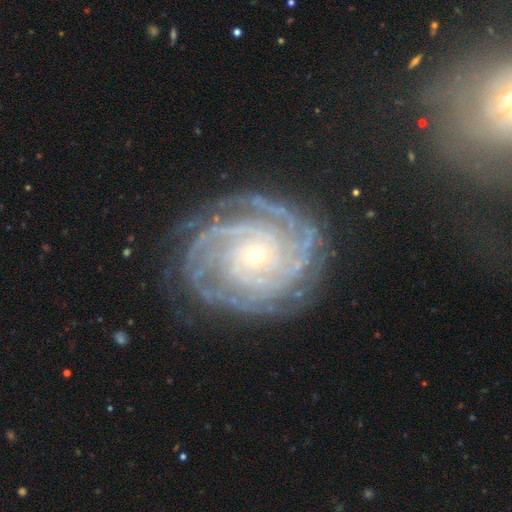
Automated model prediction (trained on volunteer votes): This is clearly a featured or disk galaxy (90%). It is clearly not viewed edge-on (97%). Bar: likely no (78%). Spiral arm pattern: clearly yes (98%). Spiral arm count: marginally 4 (23%). Spiral winding: likely tight (79%). Central bulge: clearly small (85%). Merging: likely none (79%).